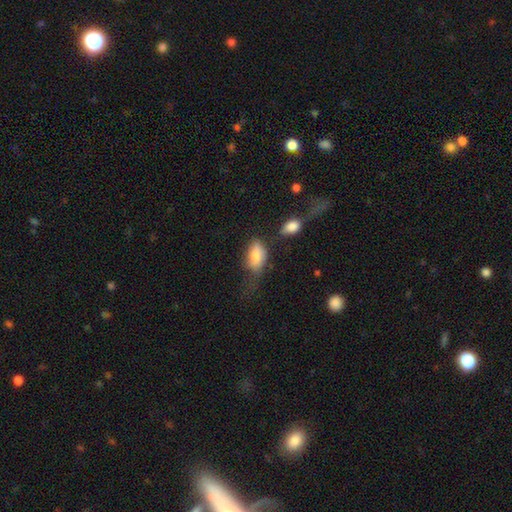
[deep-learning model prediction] Smooth or featured: smooth — 76% (featured or disk — 17%)
How rounded: in between — 88% (round — 9%)
Merging: none — 35% (minor disturbance — 28%)